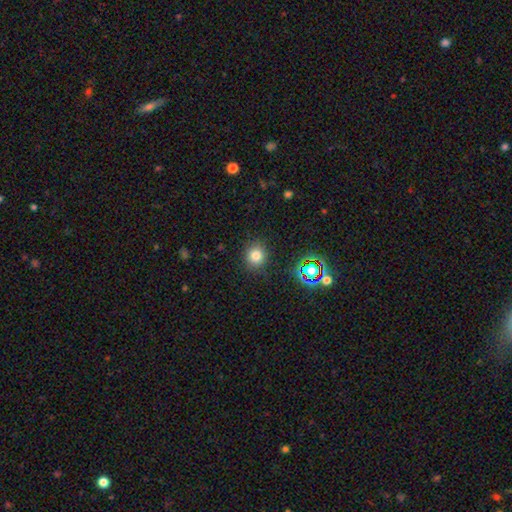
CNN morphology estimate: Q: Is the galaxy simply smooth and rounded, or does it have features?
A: smooth — 77%.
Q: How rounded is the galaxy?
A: round — 84%.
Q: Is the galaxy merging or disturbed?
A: none — 88%.